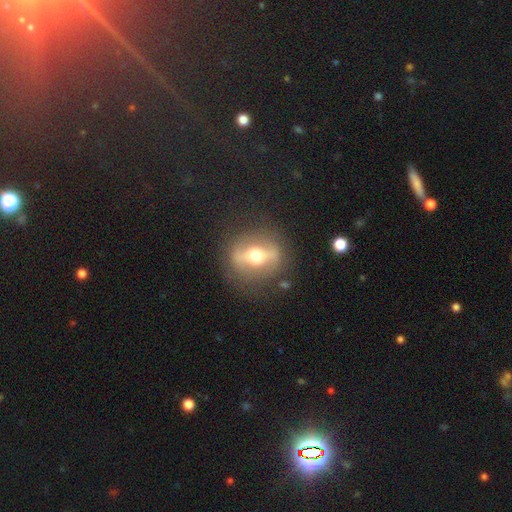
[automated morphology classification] smooth-or-featured: featured or disk: 67% | smooth: 26% | star or artifact: 7%
  disk-edge-on: no: 70% | yes: 30%
  merging: none: 80% | minor disturbance: 12% | major disturbance: 6% | merger: 2%